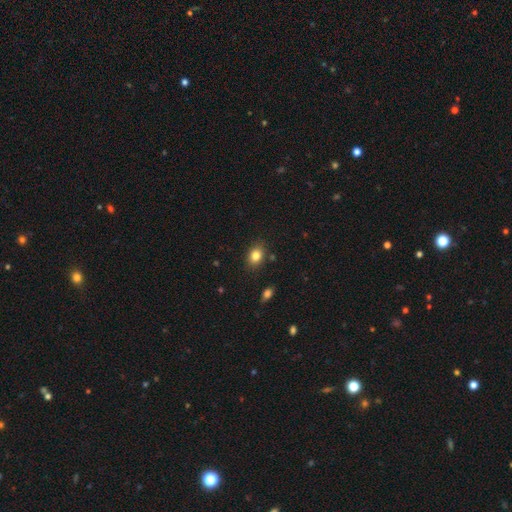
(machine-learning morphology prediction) smooth_or_featured: smooth (p=0.83) [alt: star or artifact p=0.10]
how_rounded: in between (p=0.66) [alt: round p=0.33]
merging: none (p=0.84) [alt: minor disturbance p=0.11]